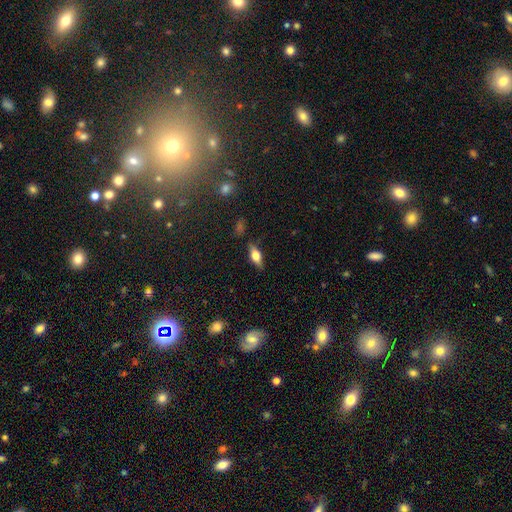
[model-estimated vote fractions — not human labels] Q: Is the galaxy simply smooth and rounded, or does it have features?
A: smooth — 53%.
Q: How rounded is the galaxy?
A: in between — 71%.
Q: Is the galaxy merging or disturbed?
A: none — 83%.